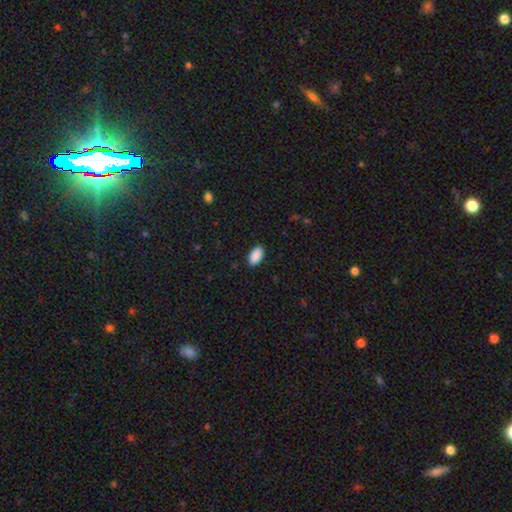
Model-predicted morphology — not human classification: This appears to be a smooth galaxy with no disk features (90%) that is in between round and cigar-shaped (95%). Merging: none (90%).